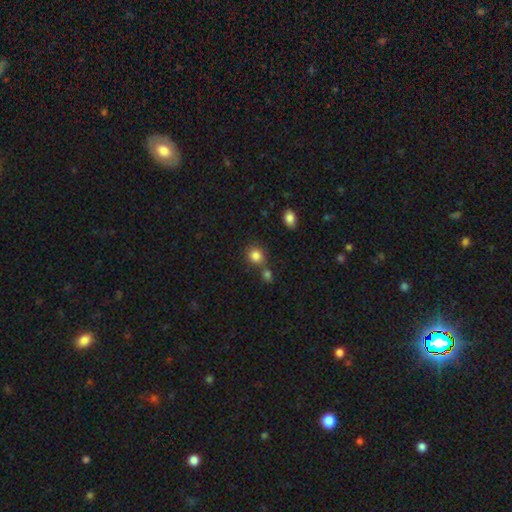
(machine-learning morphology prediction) Smooth or featured: smooth — 84% (star or artifact — 11%)
How rounded: round — 76% (in between — 23%)
Merging: none — 64% (merger — 21%)